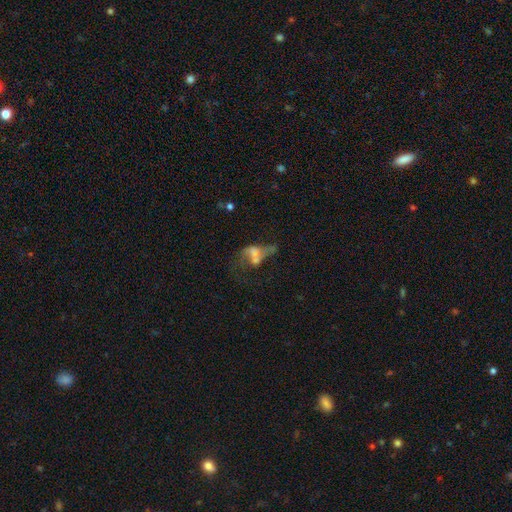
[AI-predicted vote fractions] featured or disk 50%, smooth 35%, star or artifact 15%. Down the decision tree: merging — merger (46%).